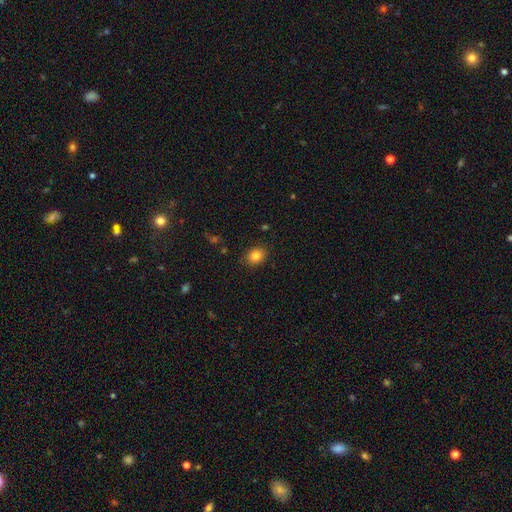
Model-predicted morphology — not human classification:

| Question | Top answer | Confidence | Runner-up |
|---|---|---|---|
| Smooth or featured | smooth | 84% | star or artifact (10%) |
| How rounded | round | 54% | in between (45%) |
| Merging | none | 85% | minor disturbance (11%) |